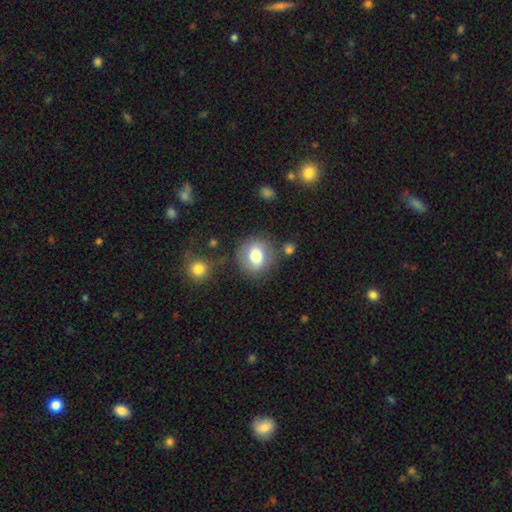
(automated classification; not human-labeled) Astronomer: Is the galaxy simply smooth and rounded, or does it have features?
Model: smooth — 72%.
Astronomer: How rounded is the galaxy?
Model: round — 74%.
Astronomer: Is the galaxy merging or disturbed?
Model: none — 73%.